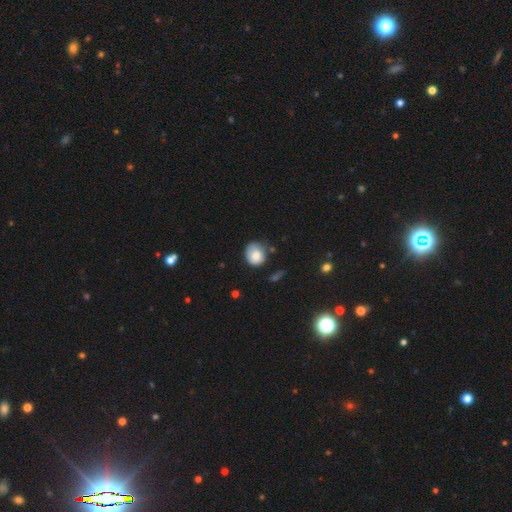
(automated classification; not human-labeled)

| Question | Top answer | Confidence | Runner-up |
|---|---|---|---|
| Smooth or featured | smooth | 76% | featured or disk (16%) |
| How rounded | round | 67% | in between (32%) |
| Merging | none | 56% | minor disturbance (32%) |